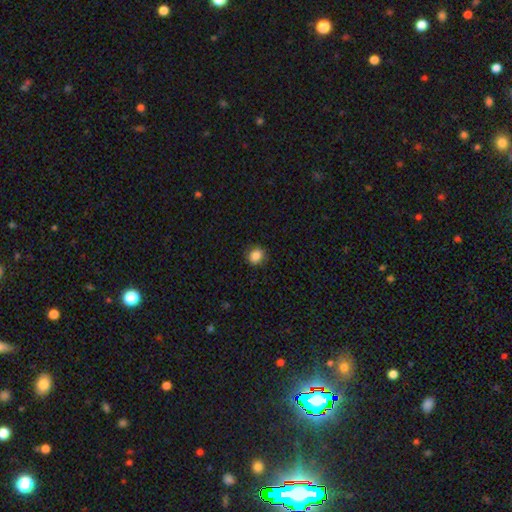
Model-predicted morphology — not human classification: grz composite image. It shows a smooth galaxy with no disk features (86%) that is round (76%). Merging: none (89%).